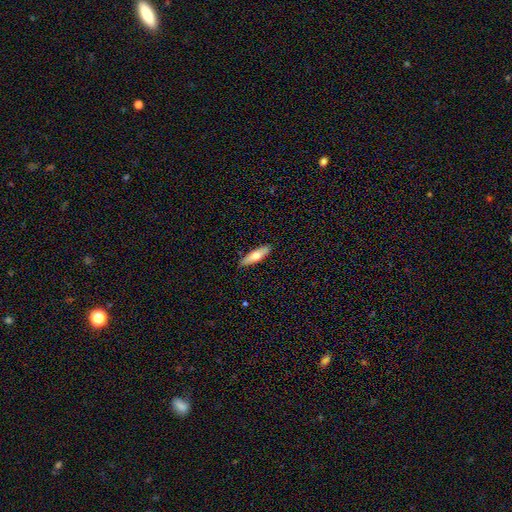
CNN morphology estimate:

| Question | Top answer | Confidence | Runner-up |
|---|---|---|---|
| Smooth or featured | smooth | 69% | featured or disk (26%) |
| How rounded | cigar-shaped | 62% | in between (36%) |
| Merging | none | 88% | minor disturbance (9%) |